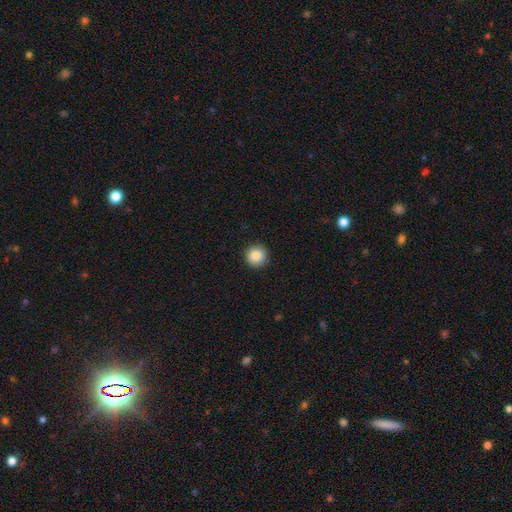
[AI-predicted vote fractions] A smooth galaxy with no disk features (87%) that is round (95%). Merging: none (92%).